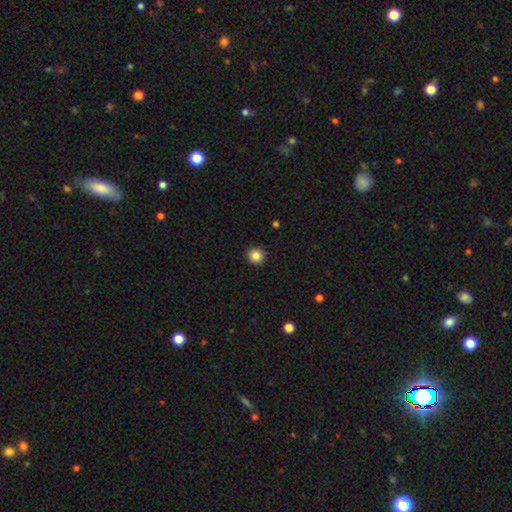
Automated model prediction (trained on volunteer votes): smooth 86%, star or artifact 10%, featured or disk 4%. Down the decision tree: how rounded — round (93%); merging — none (92%).